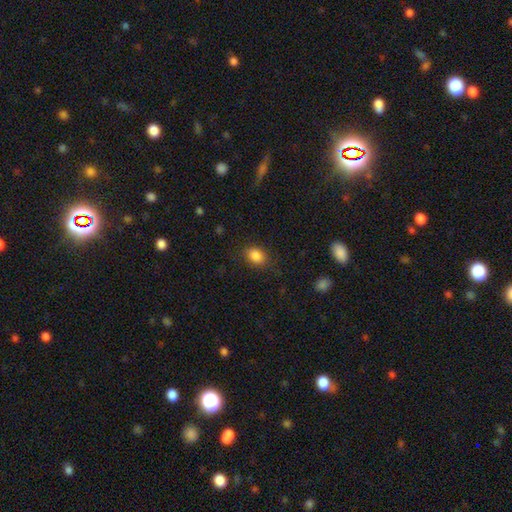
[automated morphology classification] smooth-or-featured: smooth: 86% | star or artifact: 10% | featured or disk: 5%
  how-rounded: in between: 70% | round: 29% | cigar-shaped: 1%
  merging: none: 81% | minor disturbance: 14% | major disturbance: 4% | merger: 1%